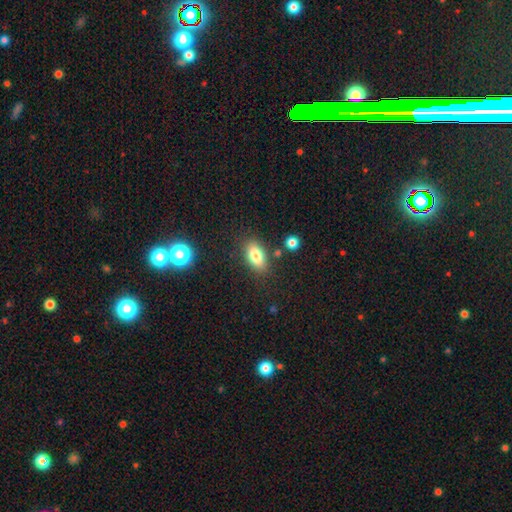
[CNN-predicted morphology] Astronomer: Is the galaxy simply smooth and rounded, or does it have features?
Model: smooth — 79%.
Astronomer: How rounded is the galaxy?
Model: in between — 87%.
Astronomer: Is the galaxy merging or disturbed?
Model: none — 81%.